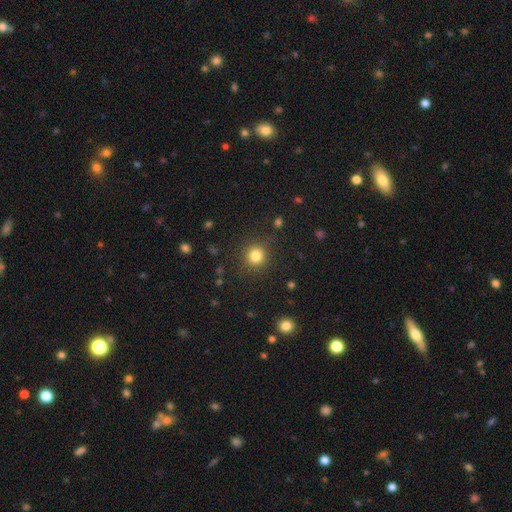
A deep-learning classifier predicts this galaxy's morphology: type=smooth (82%); roundness=round (92%); merging=none (88%).